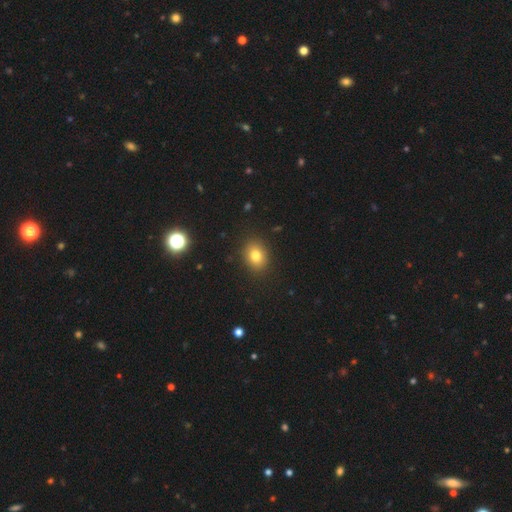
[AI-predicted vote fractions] Q: Smooth or featured?
A: smooth (80%); runner-up: star or artifact (12%)
Q: How rounded?
A: in between (50%); runner-up: round (49%)
Q: Merging?
A: none (89%); runner-up: minor disturbance (8%)